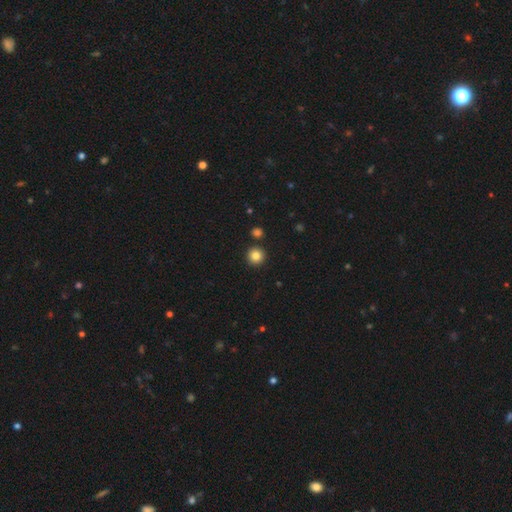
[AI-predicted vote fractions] Smooth or featured? Predicted: smooth (p=0.84). How rounded? Predicted: round (p=0.95). Merging? Predicted: none (p=0.89).